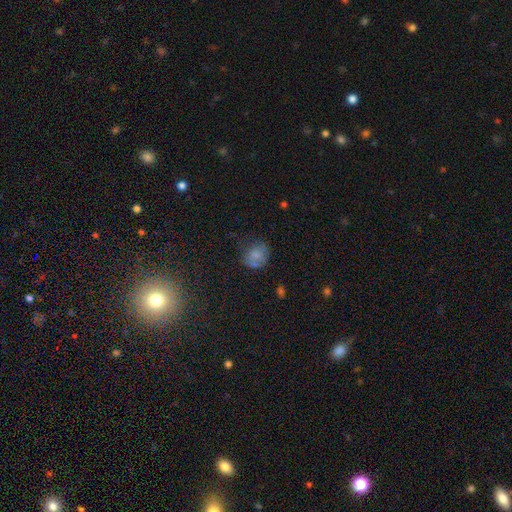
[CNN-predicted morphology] A smooth galaxy with no disk features (71%) that is round (68%). Merging: none (56%).